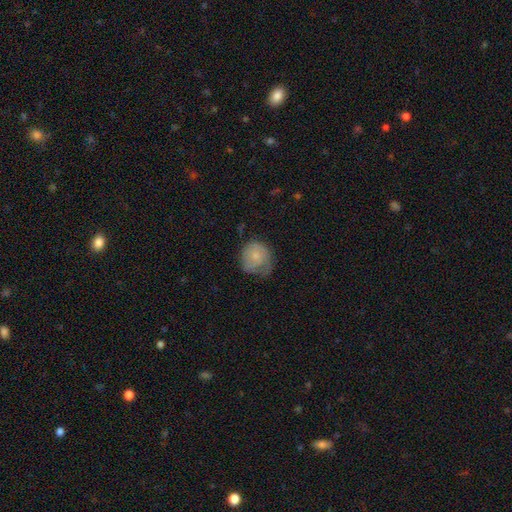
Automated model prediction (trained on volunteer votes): This is likely a smooth galaxy (67%). How rounded: likely round (79%). Merging: marginally none (44%).